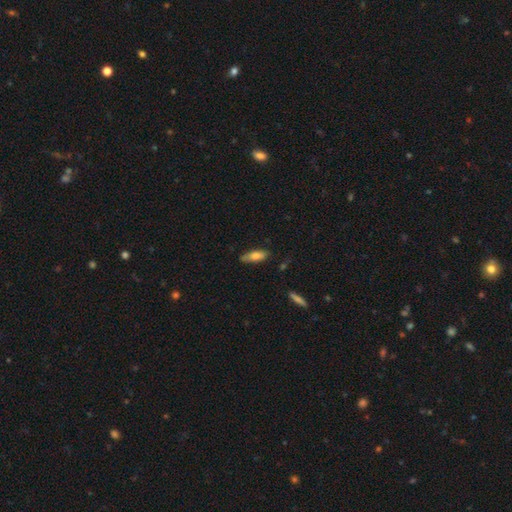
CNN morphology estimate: Smooth or featured: smooth — 72% (featured or disk — 22%)
How rounded: in between — 57% (cigar-shaped — 41%)
Merging: none — 79% (minor disturbance — 16%)